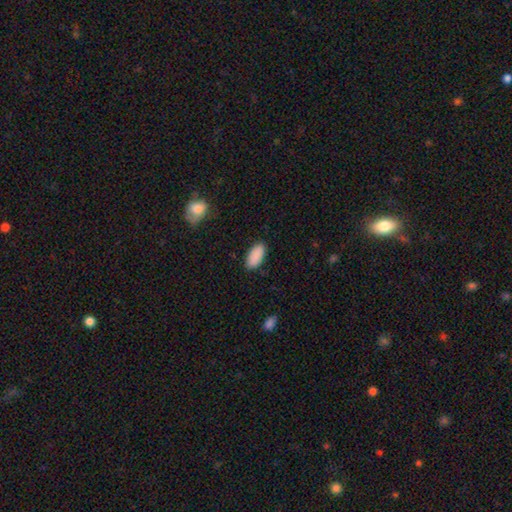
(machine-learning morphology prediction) Smooth or featured: smooth — 90% (star or artifact — 7%)
How rounded: in between — 93% (cigar-shaped — 5%)
Merging: none — 88% (minor disturbance — 9%)